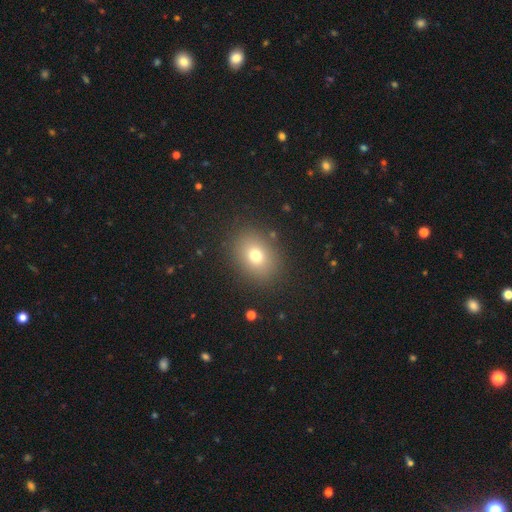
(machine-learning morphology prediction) Smooth or featured? smooth (74%)
How rounded? in between (54%)
Merging? none (87%)